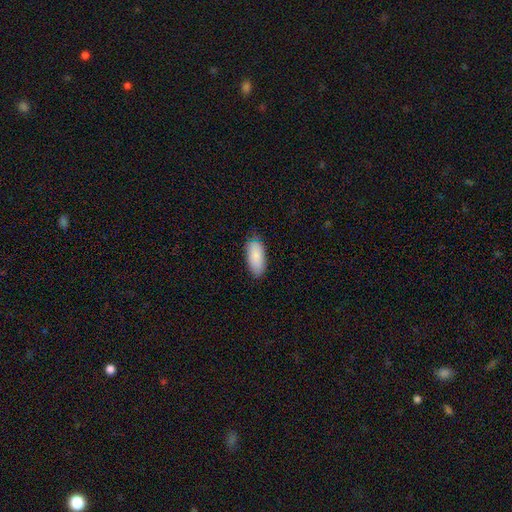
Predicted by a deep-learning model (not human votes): Smooth or featured? smooth (87%)
How rounded? in between (86%)
Merging? none (81%)